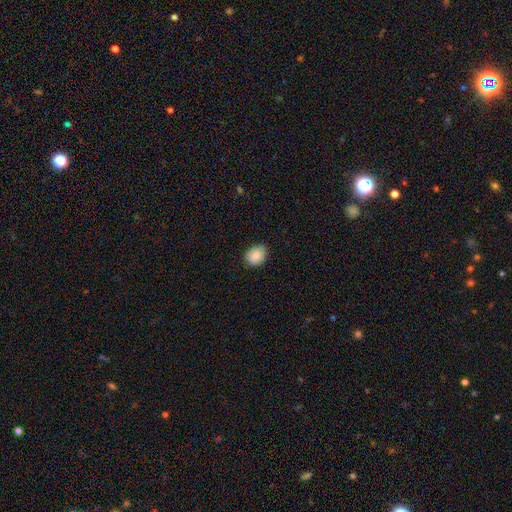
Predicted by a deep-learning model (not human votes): The model was most divided on "how rounded": in between: 52%, round: 47%, cigar-shaped: 1%. More confident: smooth or featured — smooth (89%); merging — none (78%).